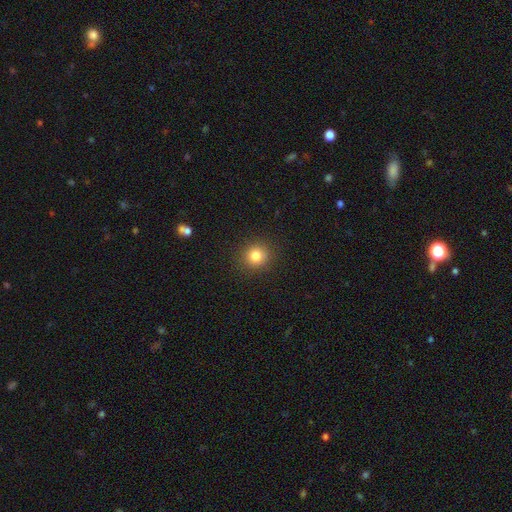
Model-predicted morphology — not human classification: Smooth or featured? smooth (82%)
How rounded? round (89%)
Merging? none (90%)